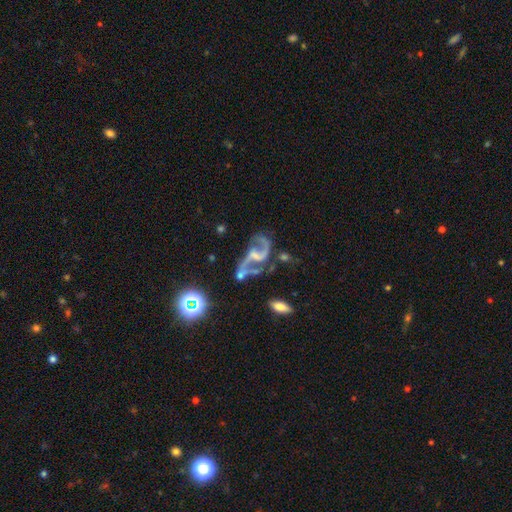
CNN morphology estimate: A featured or disk galaxy (87%) with a weak bar (46%), 2 (91%) loose (62%) spiral arms (95%) and a small central bulge (40%). Merging: none (50%).